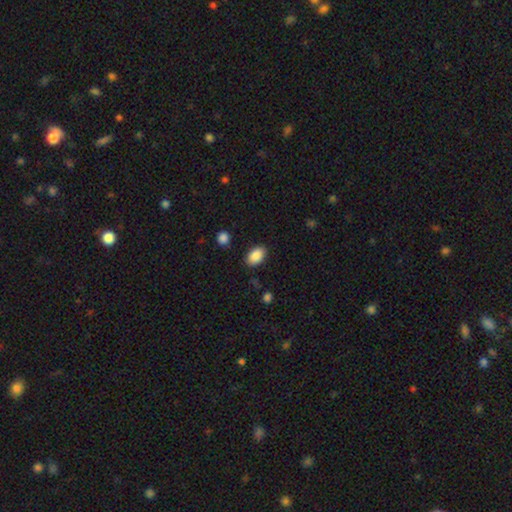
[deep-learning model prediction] Smooth or featured? smooth (89%)
How rounded? in between (89%)
Merging? none (86%)